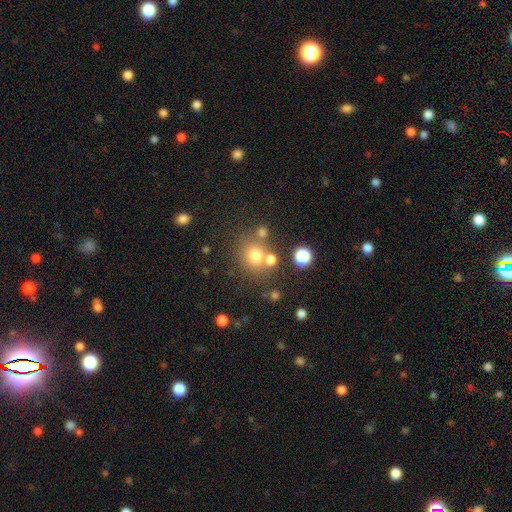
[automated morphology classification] smooth-or-featured: smooth: 72% | star or artifact: 17% | featured or disk: 11%
  how-rounded: round: 83% | in between: 16% | cigar-shaped: 1%
  merging: none: 66% | merger: 19% | minor disturbance: 11% | major disturbance: 5%